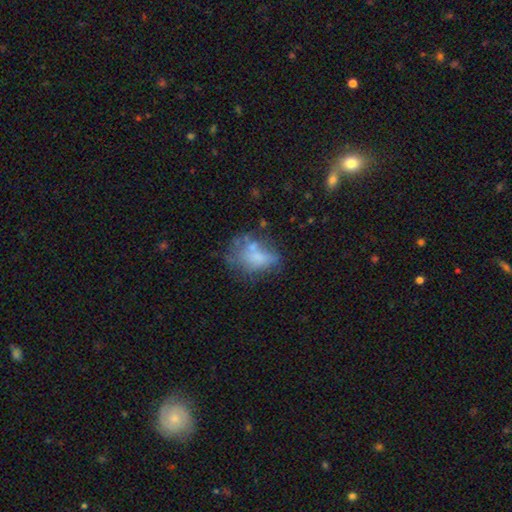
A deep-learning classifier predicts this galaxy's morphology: The model was most divided on "merging": none: 37%, major disturbance: 24%, minor disturbance: 23%, merger: 16%. More confident: how rounded — in between (68%); smooth or featured — smooth (51%).